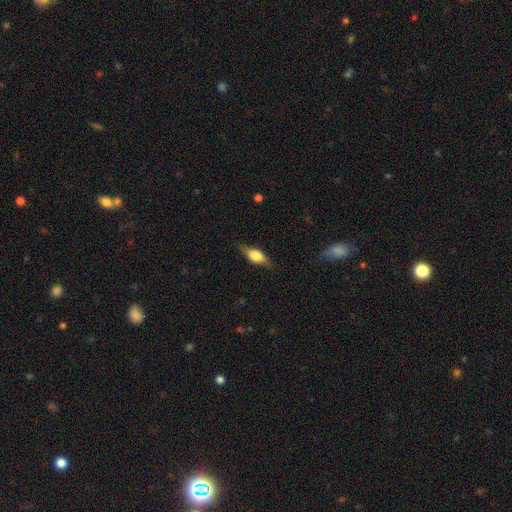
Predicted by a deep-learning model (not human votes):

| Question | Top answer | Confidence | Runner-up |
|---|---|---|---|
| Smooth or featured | smooth | 56% | featured or disk (37%) |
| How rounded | in between | 72% | cigar-shaped (23%) |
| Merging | none | 79% | minor disturbance (16%) |